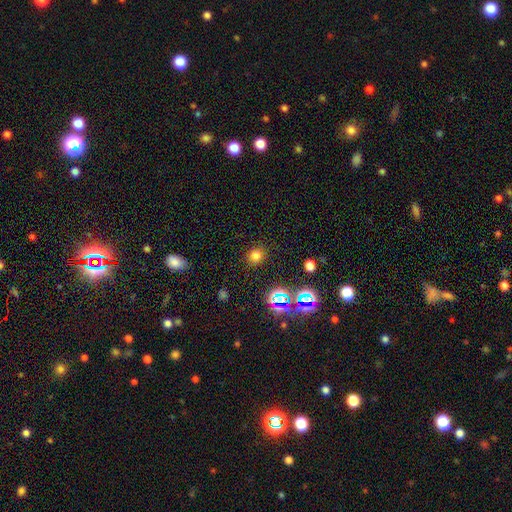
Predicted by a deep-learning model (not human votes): Overall: smooth (72%). How rounded: round (79%). Merging: none (87%).